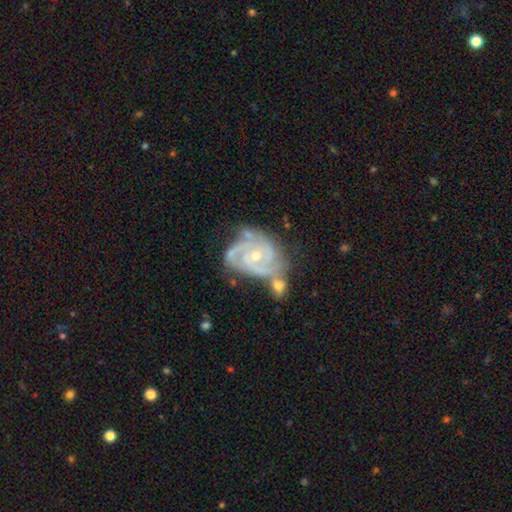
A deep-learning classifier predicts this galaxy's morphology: Overall: featured or disk (89%). Edge-on disk: no (98%). Bar: no (70%). Spiral arms: yes (97%). Spiral arm count: 3 (46%; 2 23%). Spiral winding: tight (63%; medium 31%). Bulge size: small (56%; moderate 41%). Merging: none (43%; minor disturbance 24%).